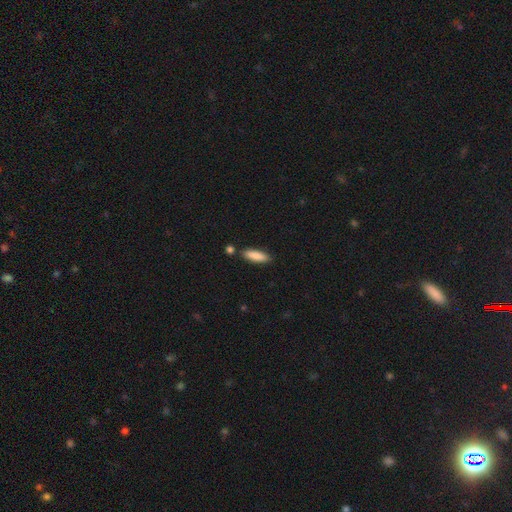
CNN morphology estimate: This appears to be a smooth galaxy with no disk features (86%) that is cigar-shaped (58%). Merging: none (82%).